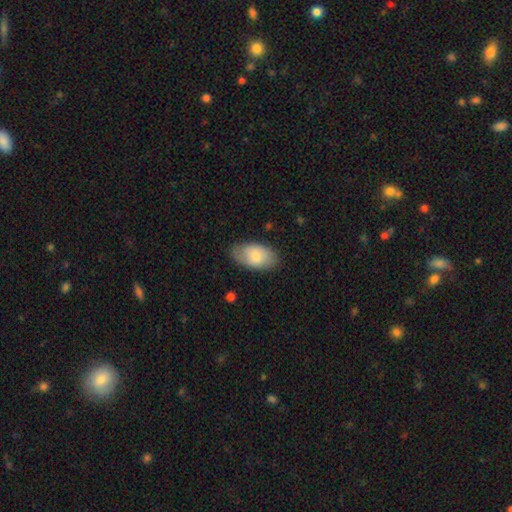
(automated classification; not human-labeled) smooth_or_featured: smooth (p=0.68) [alt: featured or disk p=0.26]
how_rounded: in between (p=0.93) [alt: round p=0.05]
merging: none (p=0.77) [alt: minor disturbance p=0.17]